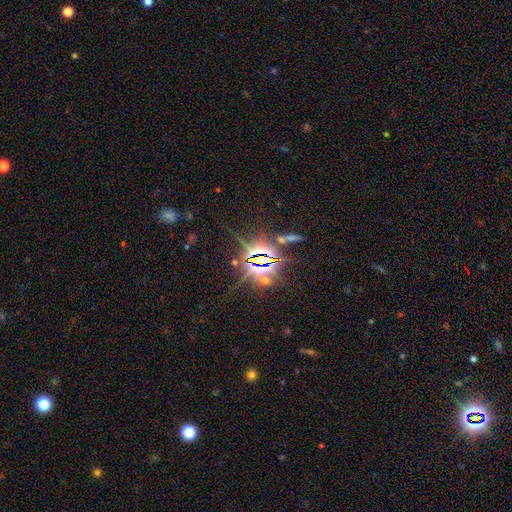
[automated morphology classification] Smooth or featured? Predicted: star or artifact (p=0.83).